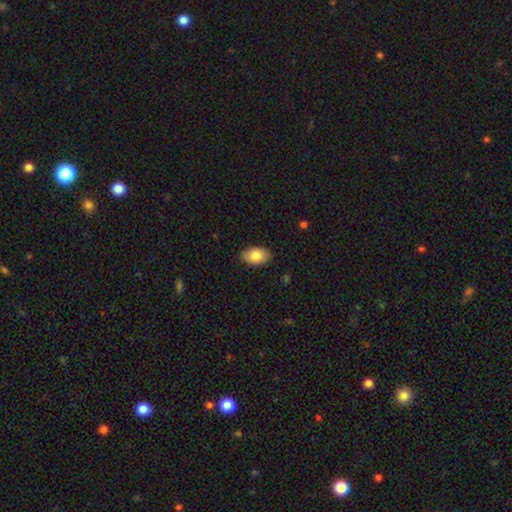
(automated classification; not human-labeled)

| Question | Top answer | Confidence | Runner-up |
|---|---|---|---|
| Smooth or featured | smooth | 84% | featured or disk (9%) |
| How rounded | in between | 92% | round (7%) |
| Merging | none | 87% | minor disturbance (10%) |